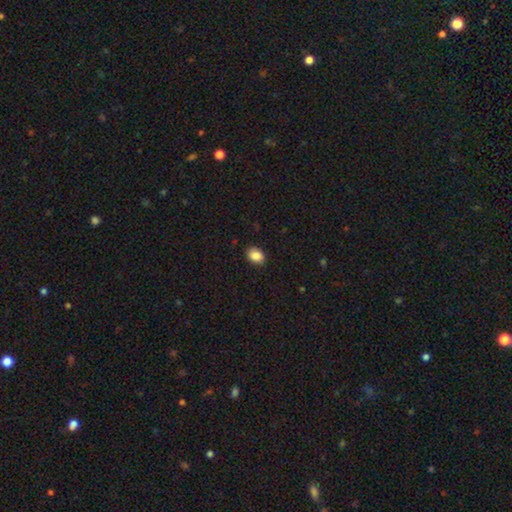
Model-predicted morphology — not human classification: Smooth or featured: smooth — 88% (star or artifact — 8%)
How rounded: in between — 72% (round — 27%)
Merging: none — 89% (minor disturbance — 8%)